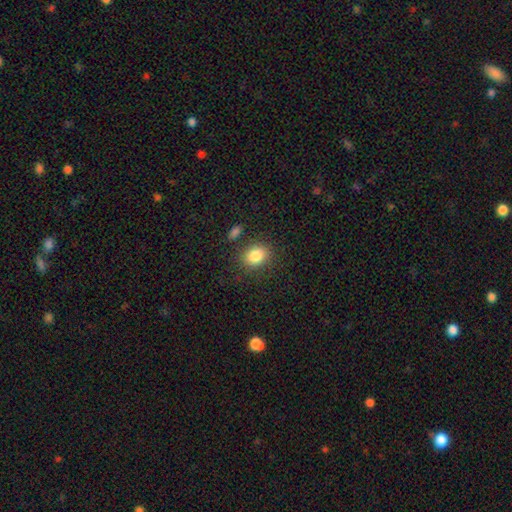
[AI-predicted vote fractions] Smooth or featured: smooth — 85% (star or artifact — 9%)
How rounded: in between — 54% (round — 45%)
Merging: none — 80% (minor disturbance — 11%)